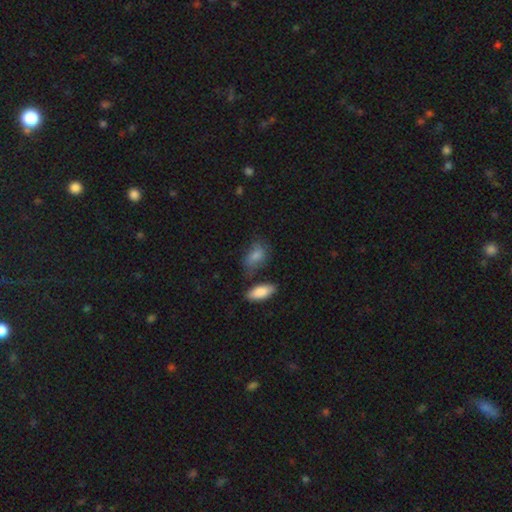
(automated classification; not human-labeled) Smooth or featured? Predicted: smooth (p=0.74). How rounded? Predicted: in between (p=0.83). Merging? Predicted: none (p=0.58).